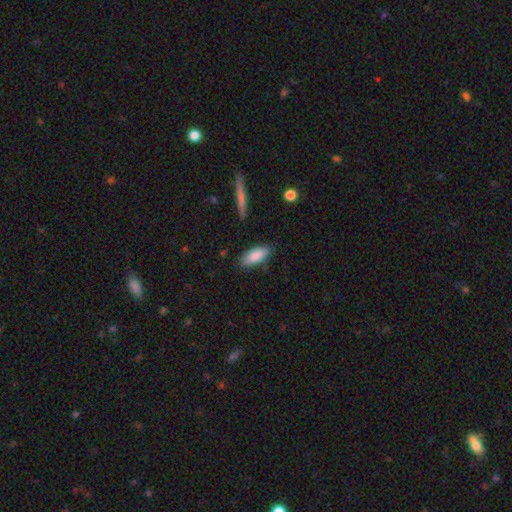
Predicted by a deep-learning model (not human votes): smooth 85%, featured or disk 9%, star or artifact 6%. Down the decision tree: how rounded — in between (76%); merging — none (84%).